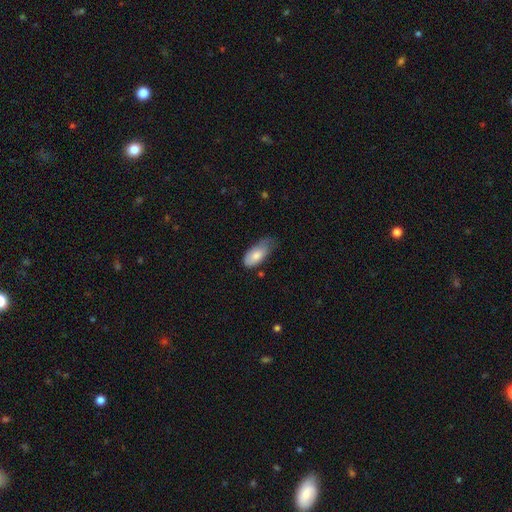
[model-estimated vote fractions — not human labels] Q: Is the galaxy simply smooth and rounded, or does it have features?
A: smooth — 78%.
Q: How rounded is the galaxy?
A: in between — 91%.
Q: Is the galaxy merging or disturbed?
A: minor disturbance — 47%.